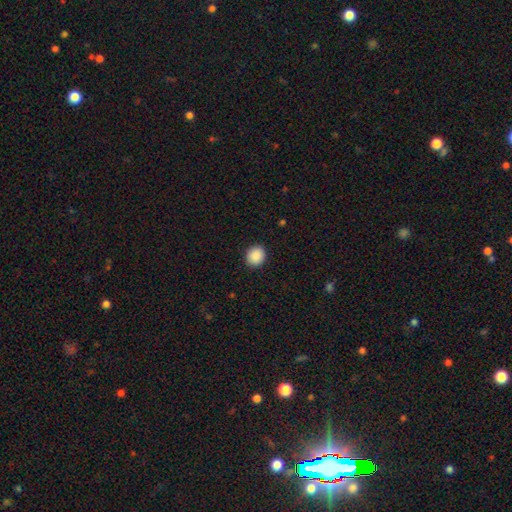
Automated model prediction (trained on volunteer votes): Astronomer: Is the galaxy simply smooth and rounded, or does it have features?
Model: smooth — 89%.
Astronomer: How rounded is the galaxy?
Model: round — 79%.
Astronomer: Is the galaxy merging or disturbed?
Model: none — 91%.